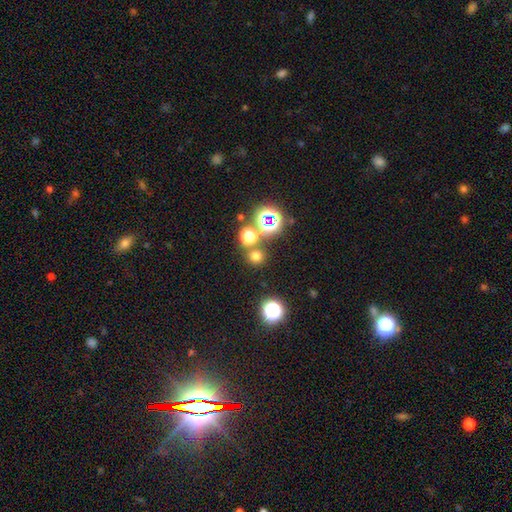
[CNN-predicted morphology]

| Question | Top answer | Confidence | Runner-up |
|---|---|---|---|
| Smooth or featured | smooth | 66% | star or artifact (28%) |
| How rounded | round | 91% | in between (8%) |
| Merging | none | 78% | merger (13%) |